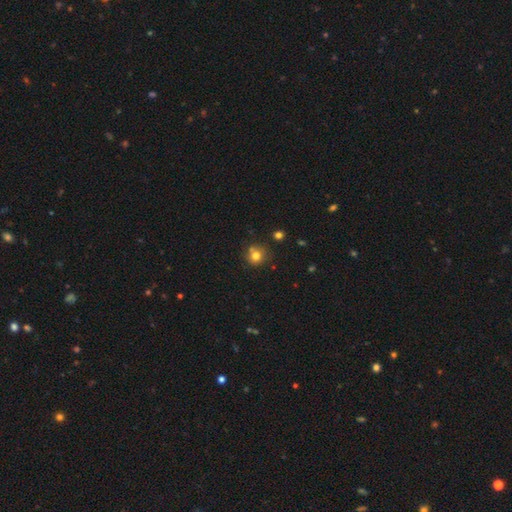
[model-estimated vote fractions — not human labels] Smooth or featured? Predicted: smooth (p=0.77). How rounded? Predicted: round (p=0.86). Merging? Predicted: none (p=0.69).